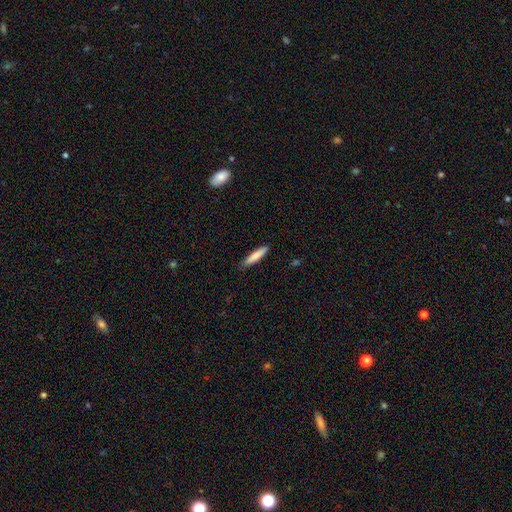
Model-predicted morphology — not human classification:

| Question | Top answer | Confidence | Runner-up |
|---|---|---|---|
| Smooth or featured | smooth | 81% | featured or disk (13%) |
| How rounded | cigar-shaped | 86% | in between (13%) |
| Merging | none | 86% | minor disturbance (11%) |